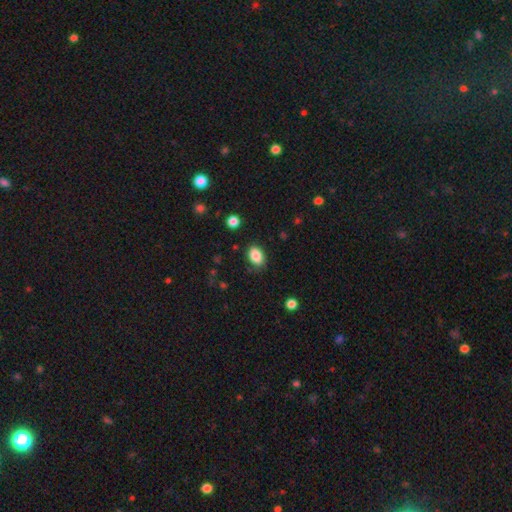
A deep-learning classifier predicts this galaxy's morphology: Q: Smooth or featured?
A: smooth (87%); runner-up: star or artifact (8%)
Q: How rounded?
A: in between (84%); runner-up: round (15%)
Q: Merging?
A: none (83%); runner-up: minor disturbance (13%)